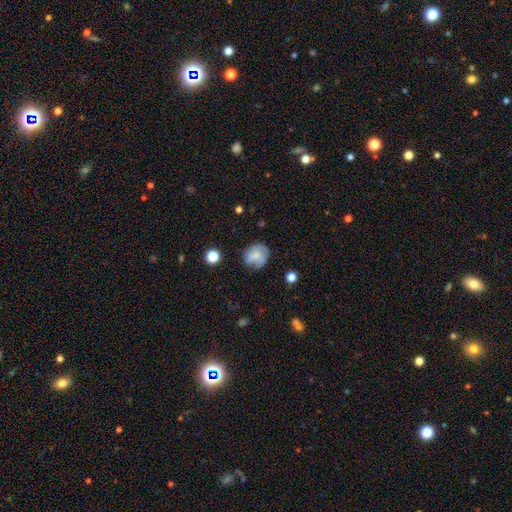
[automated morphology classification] type=smooth (56%); roundness=round (74%); merging=none (60%).